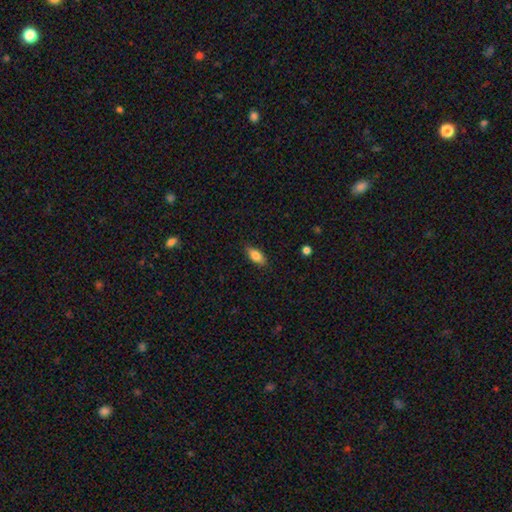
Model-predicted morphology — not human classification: smooth_or_featured: smooth (p=0.80) [alt: featured or disk p=0.13]
how_rounded: in between (p=0.84) [alt: cigar-shaped p=0.13]
merging: none (p=0.86) [alt: minor disturbance p=0.11]